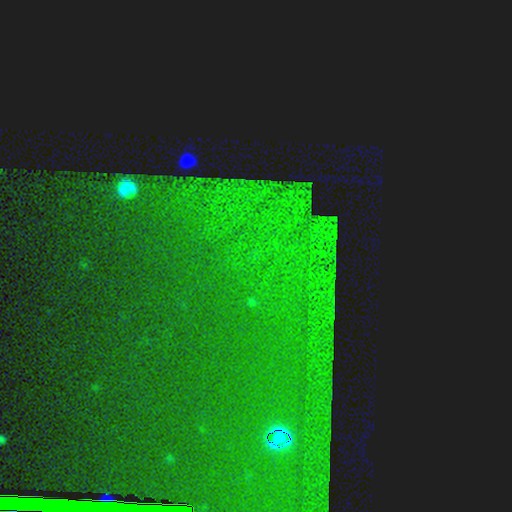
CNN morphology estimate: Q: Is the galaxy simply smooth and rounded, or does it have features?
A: star or artifact — 86%.